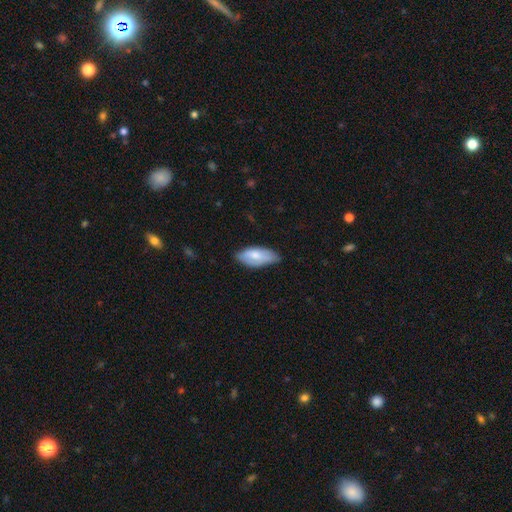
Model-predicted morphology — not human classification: Q: Smooth or featured?
A: smooth (70%); runner-up: featured or disk (24%)
Q: How rounded?
A: in between (88%); runner-up: cigar-shaped (9%)
Q: Merging?
A: none (58%); runner-up: minor disturbance (35%)